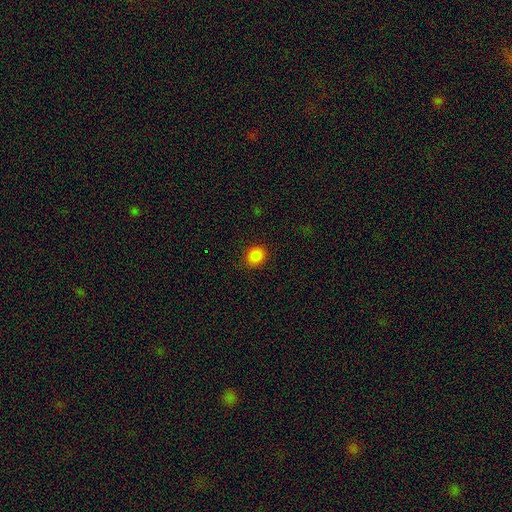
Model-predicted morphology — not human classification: This appears to be a smooth galaxy with no disk features (86%) that is round (53%). Merging: none (87%).